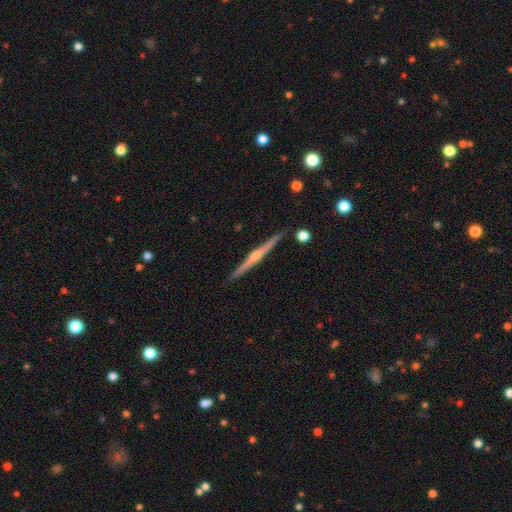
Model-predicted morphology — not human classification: Smooth or featured: featured or disk — 83% (smooth — 11%)
Edge-on disk: yes — 99% (no — 1%)
Edge-on bulge: rounded — 87% (none — 8%)
Merging: none — 92% (minor disturbance — 6%)